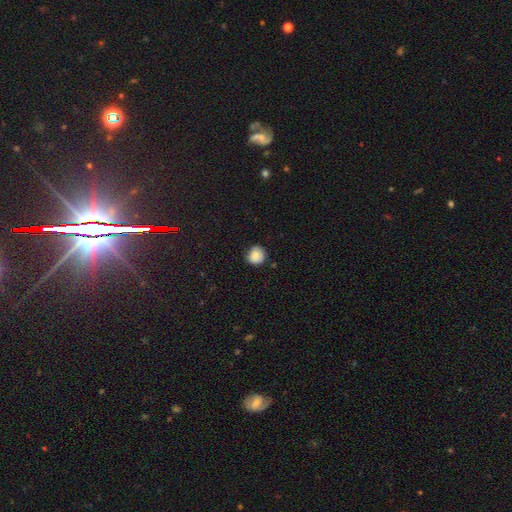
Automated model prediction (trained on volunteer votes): Smooth or featured?
  - smooth: 84% *
  - star or artifact: 9%
  - featured or disk: 7%
How rounded?
  - round: 90% *
  - in between: 9%
  - cigar-shaped: 1%
Merging?
  - none: 81% *
  - minor disturbance: 15%
  - major disturbance: 2%
  - merger: 1%